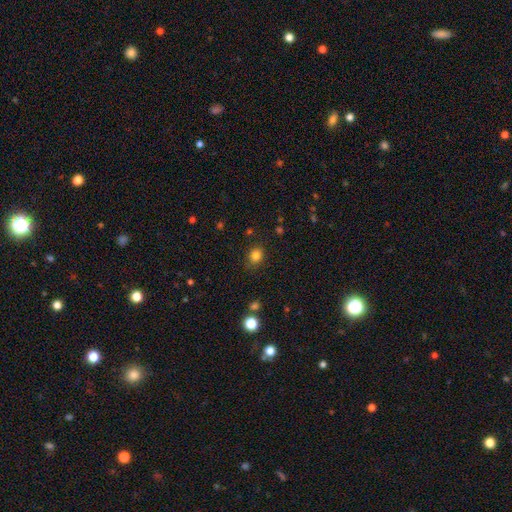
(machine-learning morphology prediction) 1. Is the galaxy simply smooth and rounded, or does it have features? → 82% smooth, 13% star or artifact, 5% featured or disk.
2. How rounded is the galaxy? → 70% round, 29% in between, 1% cigar-shaped.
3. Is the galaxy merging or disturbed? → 82% none, 13% minor disturbance, 3% major disturbance, 2% merger.